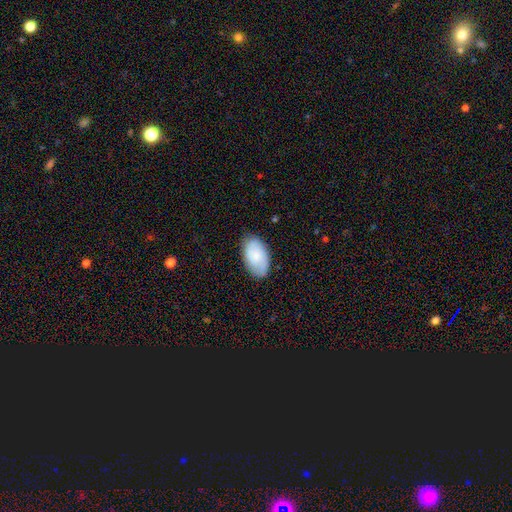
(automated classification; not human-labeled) Overall: smooth (78%). How rounded: in between (95%). Merging: none (81%).